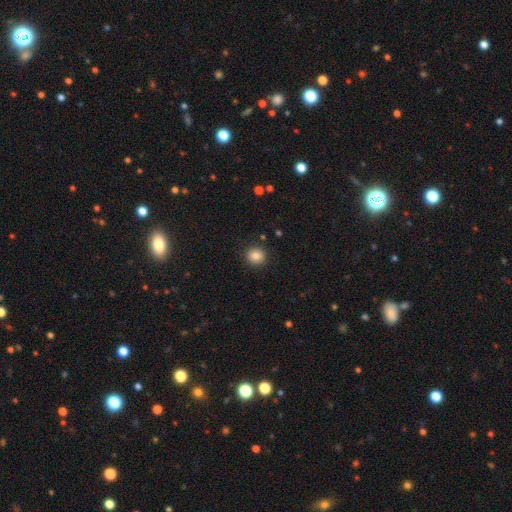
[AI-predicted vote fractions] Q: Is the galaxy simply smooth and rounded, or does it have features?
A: smooth — 84%.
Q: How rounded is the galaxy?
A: round — 88%.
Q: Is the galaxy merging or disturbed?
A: none — 90%.